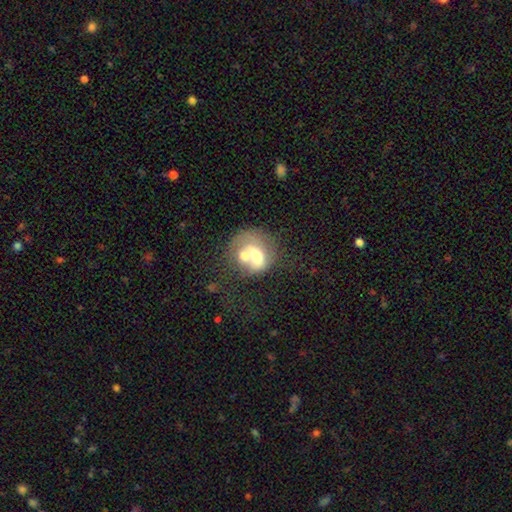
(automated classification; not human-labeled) This appears to be a smooth galaxy with no disk features (52%) that is round (63%). Merging: merger (59%).